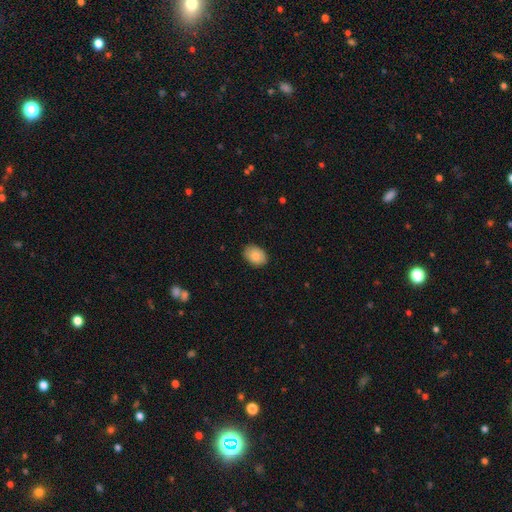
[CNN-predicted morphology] A smooth galaxy with no disk features (86%) that is in between round and cigar-shaped (83%). Merging: none (86%).